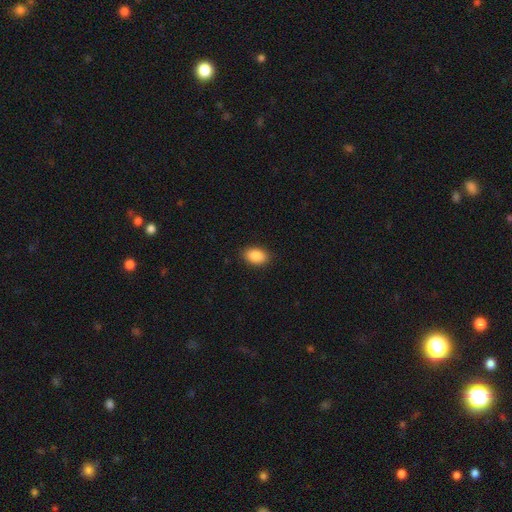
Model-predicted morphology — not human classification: smooth_or_featured: smooth (p=0.89) [alt: star or artifact p=0.07]
how_rounded: in between (p=0.90) [alt: round p=0.09]
merging: none (p=0.89) [alt: minor disturbance p=0.08]